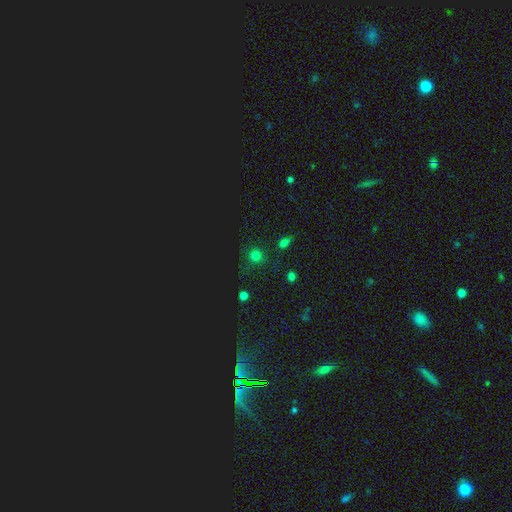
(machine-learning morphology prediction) smooth_or_featured: smooth (p=0.68) [alt: star or artifact p=0.26]
how_rounded: round (p=0.90) [alt: in between p=0.08]
merging: none (p=0.78) [alt: minor disturbance p=0.12]